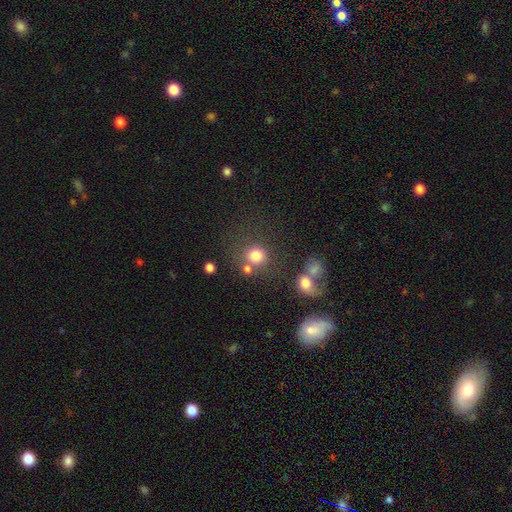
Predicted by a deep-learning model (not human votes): smooth 79%, star or artifact 13%, featured or disk 8%. Down the decision tree: how rounded — round (87%); merging — none (62%).